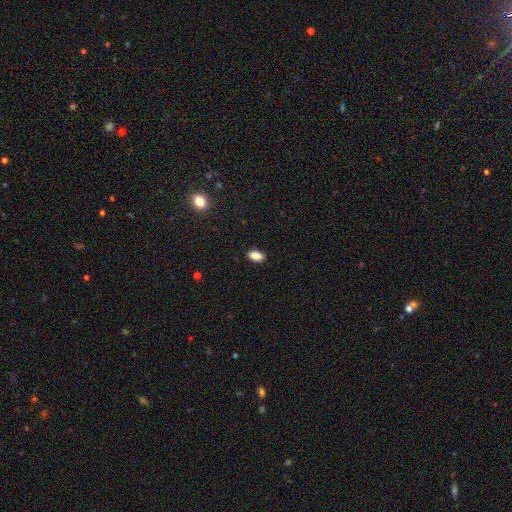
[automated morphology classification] smooth 87%, star or artifact 9%, featured or disk 4%. Down the decision tree: how rounded — in between (91%); merging — none (89%).